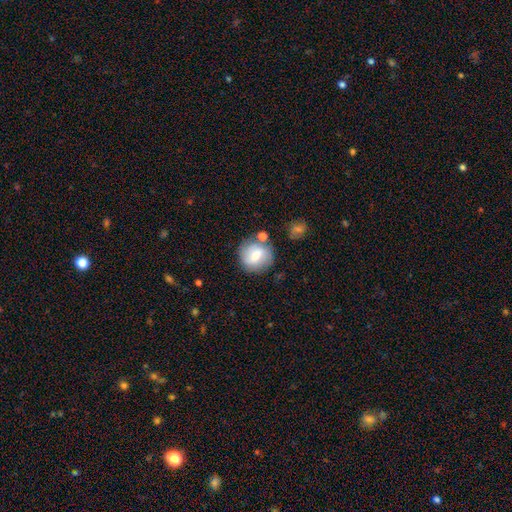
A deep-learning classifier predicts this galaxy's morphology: A smooth galaxy with no disk features (60%) that is round (88%).

Vote fractions:
- Smooth or featured? smooth: 60% / featured or disk: 32% / star or artifact: 8%
- How rounded? round: 88% / in between: 11% / cigar-shaped: 1%
- Merging? none: 71% / minor disturbance: 15% / merger: 9% / major disturbance: 5%